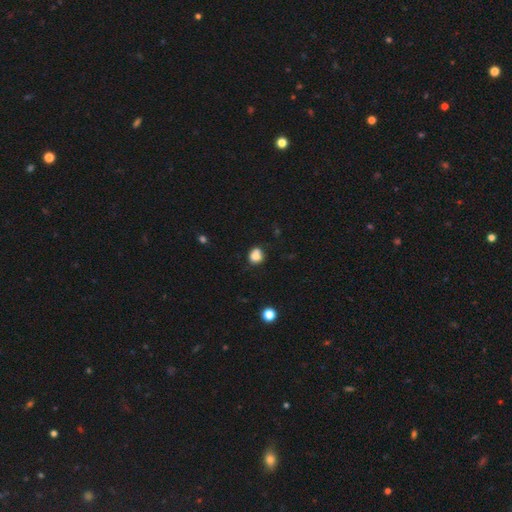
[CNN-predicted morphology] This is likely a smooth galaxy (80%). How rounded: likely round (65%). Merging: possibly none (56%).